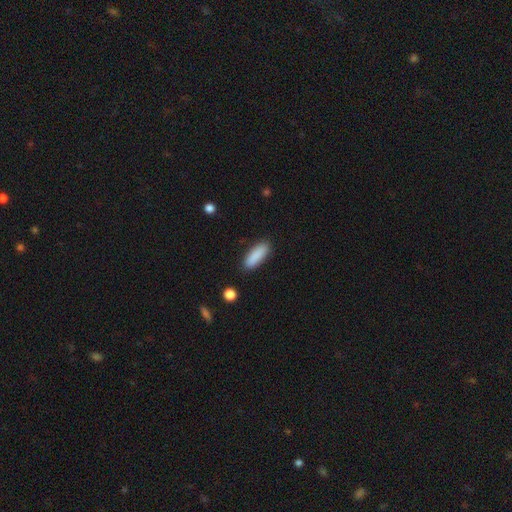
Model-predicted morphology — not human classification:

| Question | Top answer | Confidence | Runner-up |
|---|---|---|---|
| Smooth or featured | smooth | 89% | star or artifact (6%) |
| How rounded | in between | 53% | cigar-shaped (45%) |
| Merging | none | 88% | minor disturbance (9%) |